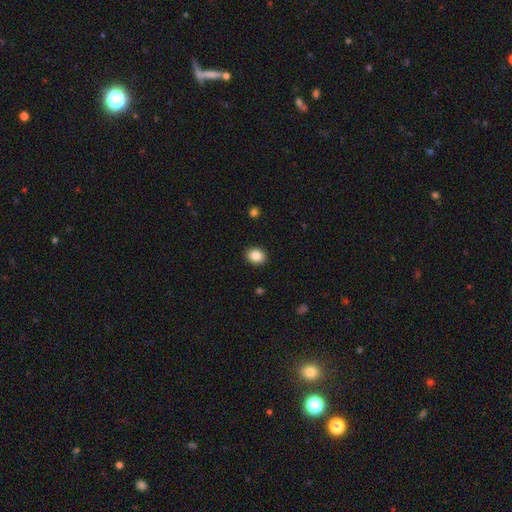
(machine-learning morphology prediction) A smooth galaxy with no disk features (86%) that is round (53%). Merging: none (91%).